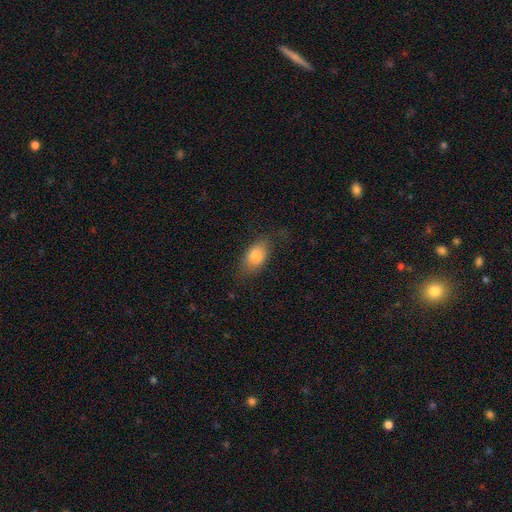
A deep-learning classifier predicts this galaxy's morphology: This appears to be a smooth galaxy with no disk features (79%) that is in between round and cigar-shaped (84%). Merging: none (65%).